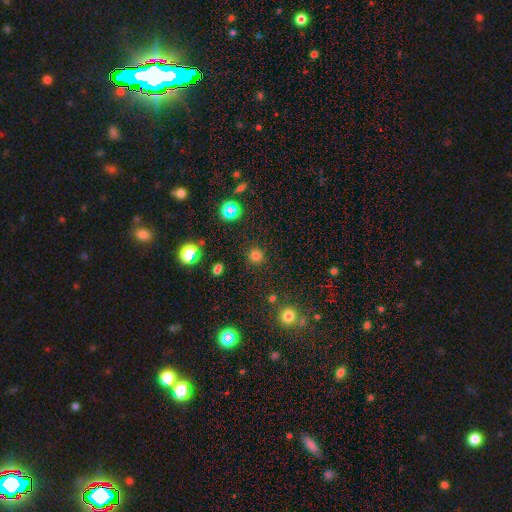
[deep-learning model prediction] The model was most divided on "smooth or featured": smooth: 73%, star or artifact: 22%, featured or disk: 5%. More confident: how rounded — round (94%); merging — none (89%).